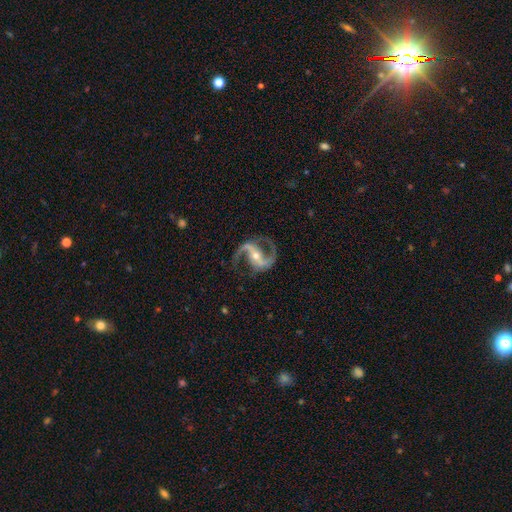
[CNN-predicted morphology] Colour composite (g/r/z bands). It shows a featured or disk galaxy (93%) with a strong bar (52%), 2 (94%) medium (54%) spiral arms (98%) and a small central bulge (53%). Merging: none (80%).